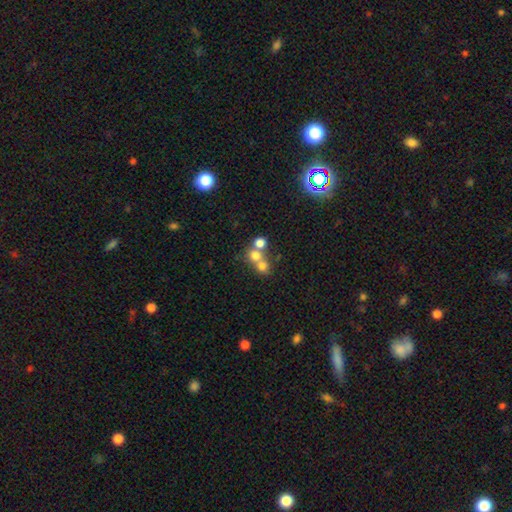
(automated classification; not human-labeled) Smooth or featured: smooth — 68% (star or artifact — 16%)
How rounded: round — 82% (in between — 17%)
Merging: merger — 55% (none — 36%)